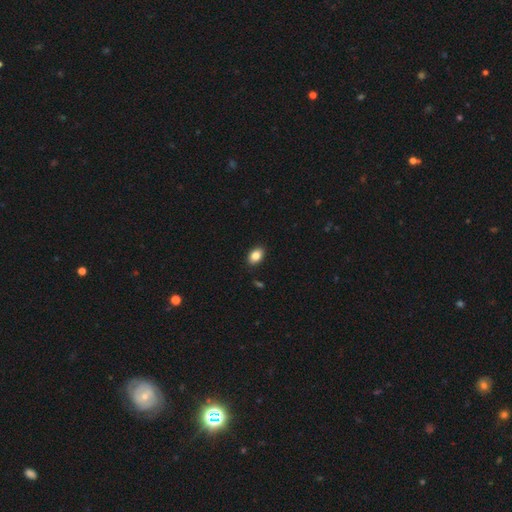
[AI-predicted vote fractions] A smooth galaxy with no disk features (85%) that is in between round and cigar-shaped (85%).

Vote fractions:
- Smooth or featured? smooth: 85% / star or artifact: 8% / featured or disk: 7%
- How rounded? in between: 85% / round: 14% / cigar-shaped: 1%
- Merging? none: 88% / minor disturbance: 9% / major disturbance: 2% / merger: 1%